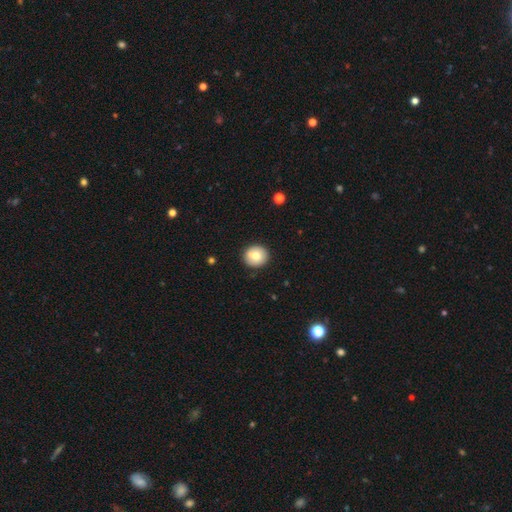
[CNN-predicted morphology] This appears to be a smooth galaxy with no disk features (74%) that is round (90%). Merging: none (90%).